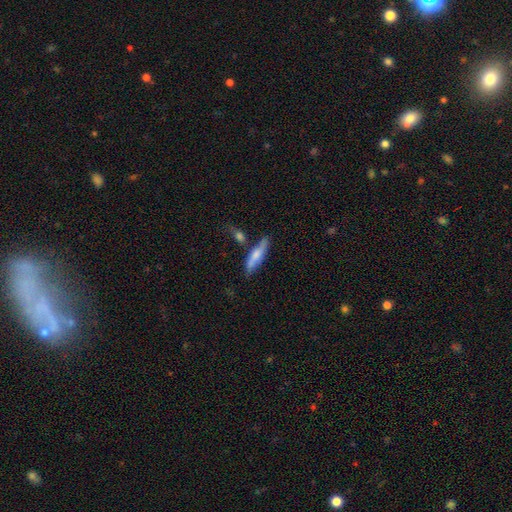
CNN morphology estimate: type=smooth (60%); roundness=cigar-shaped (65%); merging=none (62%).